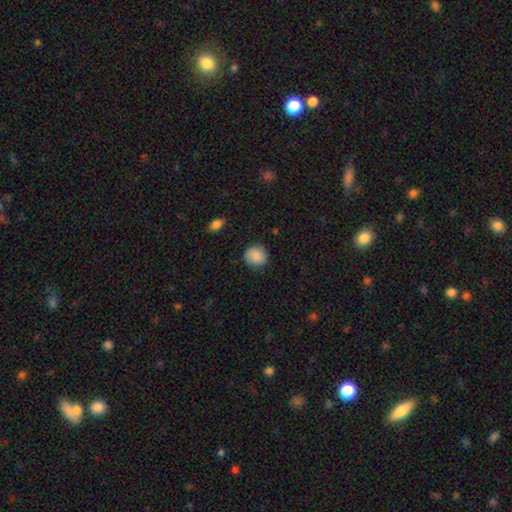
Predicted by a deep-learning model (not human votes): Smooth or featured? smooth (89%)
How rounded? round (89%)
Merging? none (88%)